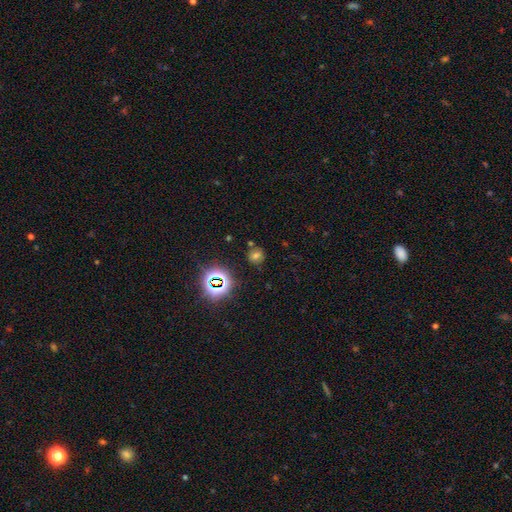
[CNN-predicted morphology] Q: Smooth or featured?
A: smooth (52%); runner-up: star or artifact (36%)
Q: How rounded?
A: round (76%); runner-up: in between (23%)
Q: Merging?
A: none (77%); runner-up: minor disturbance (12%)